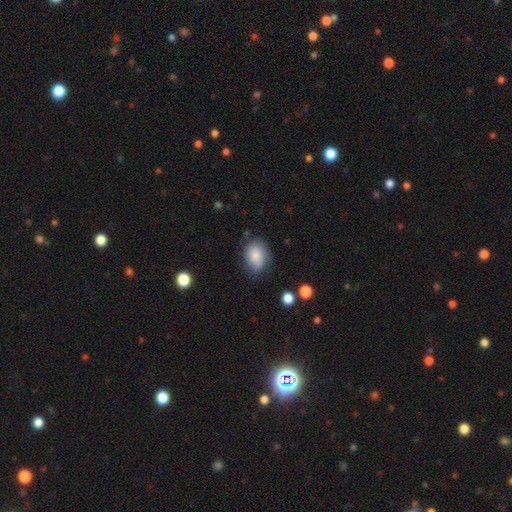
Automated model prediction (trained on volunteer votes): A smooth galaxy with no disk features (83%) that is in between round and cigar-shaped (74%).

Vote fractions:
- Smooth or featured? smooth: 83% / featured or disk: 9% / star or artifact: 8%
- How rounded? in between: 74% / round: 25% / cigar-shaped: 1%
- Merging? none: 67% / minor disturbance: 24% / major disturbance: 6% / merger: 2%